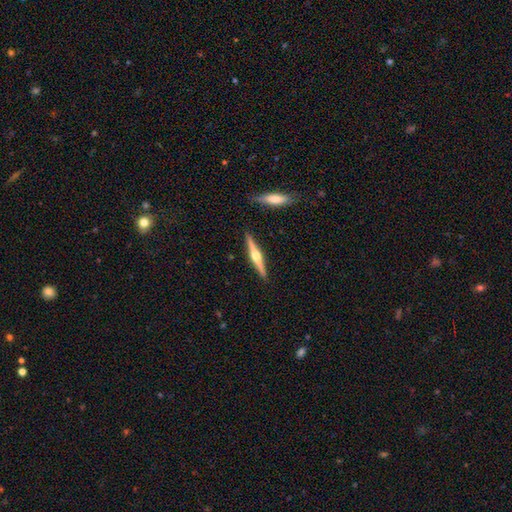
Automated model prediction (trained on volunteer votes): featured or disk 77%, smooth 19%, star or artifact 5%. Down the decision tree: edge-on disk — yes (98%); edge-on bulge — rounded (94%); merging — none (90%).